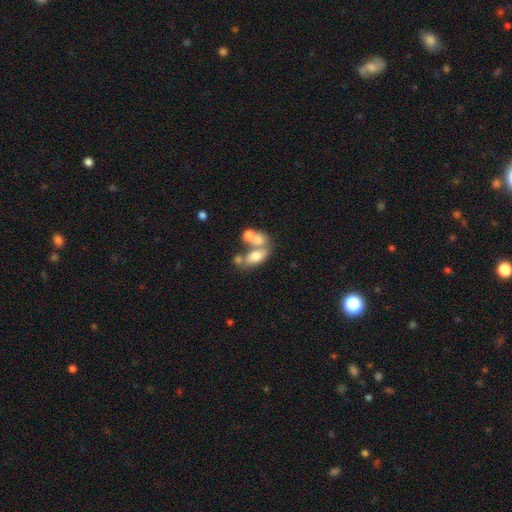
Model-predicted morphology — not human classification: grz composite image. It shows a smooth galaxy with no disk features (65%) that is in between round and cigar-shaped (83%). Merging: merger (55%).